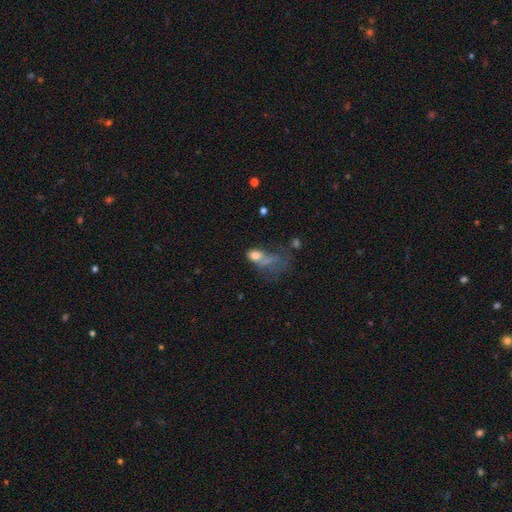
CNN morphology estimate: Smooth or featured?
  - smooth: 64% *
  - featured or disk: 24%
  - star or artifact: 13%
How rounded?
  - in between: 75% *
  - round: 21%
  - cigar-shaped: 4%
Merging?
  - major disturbance: 55% *
  - merger: 17%
  - none: 15%
  - minor disturbance: 14%